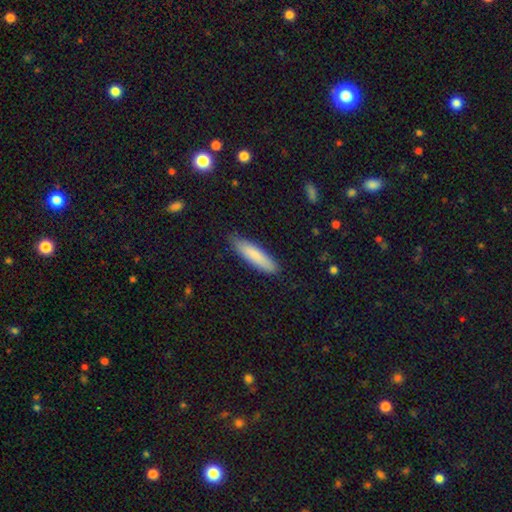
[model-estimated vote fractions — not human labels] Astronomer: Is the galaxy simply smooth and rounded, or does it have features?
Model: smooth — 84%.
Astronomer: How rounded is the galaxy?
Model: cigar-shaped — 73%.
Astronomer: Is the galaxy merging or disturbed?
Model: none — 84%.